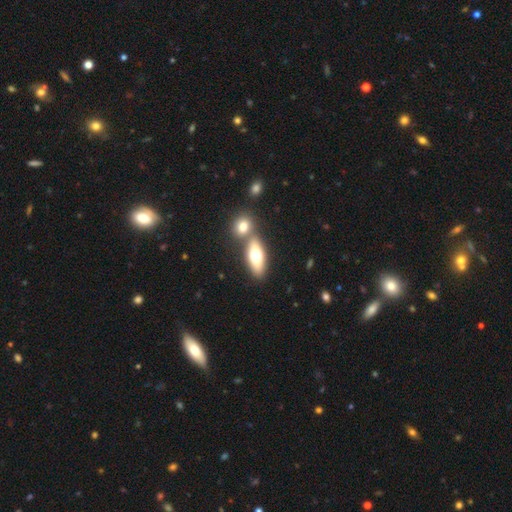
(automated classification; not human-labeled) smooth_or_featured: smooth (p=0.66) [alt: featured or disk p=0.27]
how_rounded: in between (p=0.72) [alt: cigar-shaped p=0.24]
merging: none (p=0.54) [alt: merger p=0.34]